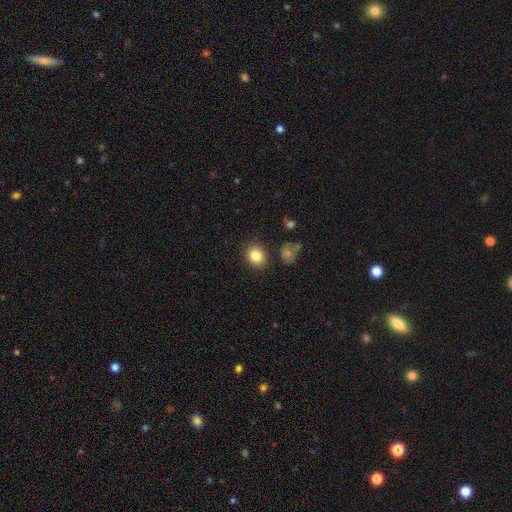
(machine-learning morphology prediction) A smooth galaxy with no disk features (84%) that is round (66%).

Vote fractions:
- Smooth or featured? smooth: 84% / star or artifact: 10% / featured or disk: 6%
- How rounded? round: 66% / in between: 33% / cigar-shaped: 1%
- Merging? none: 86% / minor disturbance: 9% / merger: 3% / major disturbance: 3%